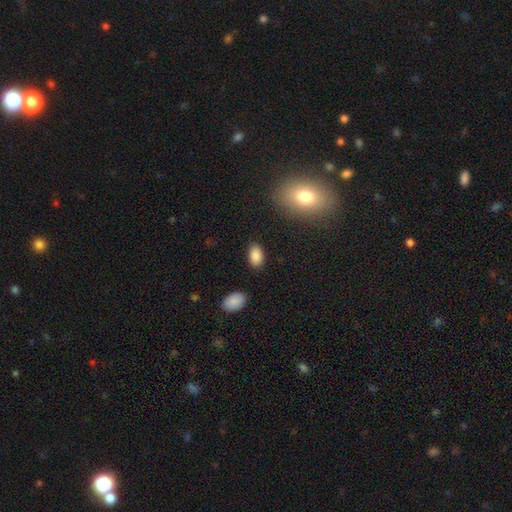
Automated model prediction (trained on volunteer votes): The model was most divided on "merging": none: 86%, minor disturbance: 9%, major disturbance: 3%, merger: 2%. More confident: how rounded — in between (92%); smooth or featured — smooth (88%).